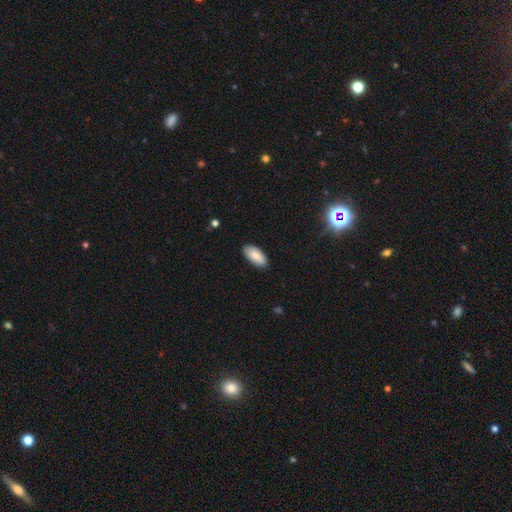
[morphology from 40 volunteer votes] A smooth galaxy with no disk features (92%) that is in between round and cigar-shaped (92%). Merging: none (89%).